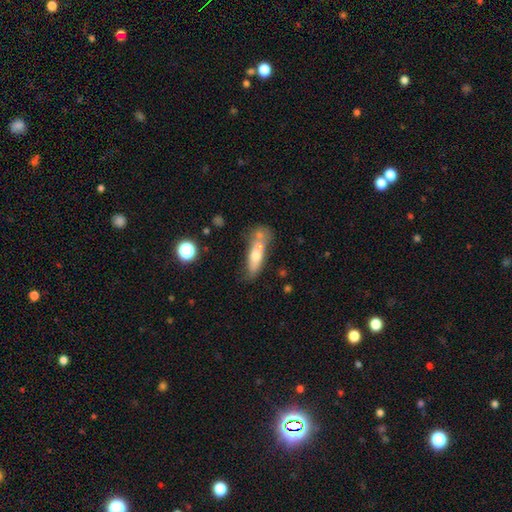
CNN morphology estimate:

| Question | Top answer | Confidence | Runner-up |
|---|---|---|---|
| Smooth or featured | smooth | 59% | featured or disk (33%) |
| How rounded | in between | 48% | cigar-shaped (47%) |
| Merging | none | 38% | tied: merger (38%) |